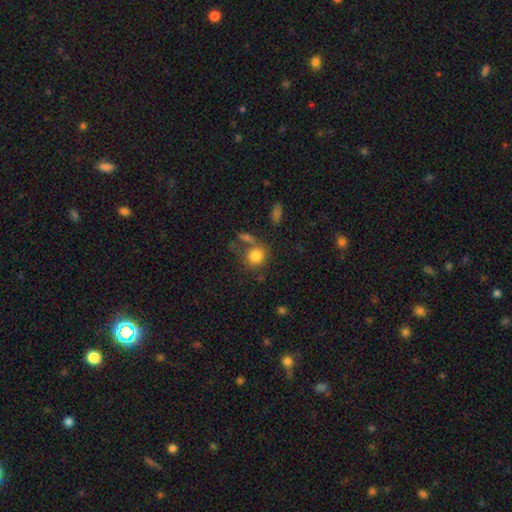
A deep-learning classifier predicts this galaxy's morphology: smooth 82%, star or artifact 9%, featured or disk 8%. Down the decision tree: how rounded — round (76%); merging — none (57%).